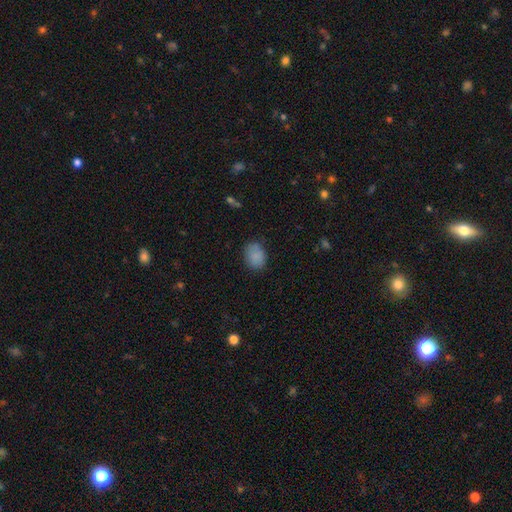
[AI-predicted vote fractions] Smooth or featured?
  - smooth: 86% *
  - star or artifact: 9%
  - featured or disk: 4%
How rounded?
  - in between: 63% *
  - round: 36%
  - cigar-shaped: 1%
Merging?
  - none: 79% *
  - minor disturbance: 16%
  - major disturbance: 4%
  - merger: 1%